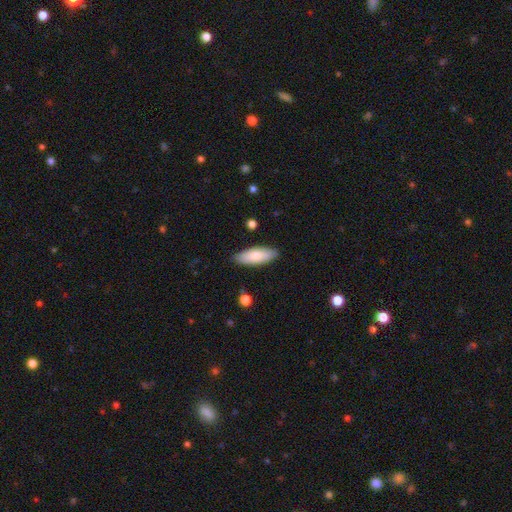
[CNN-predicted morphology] This appears to be a smooth galaxy with no disk features (80%) that is in between round and cigar-shaped (71%). Merging: none (87%).